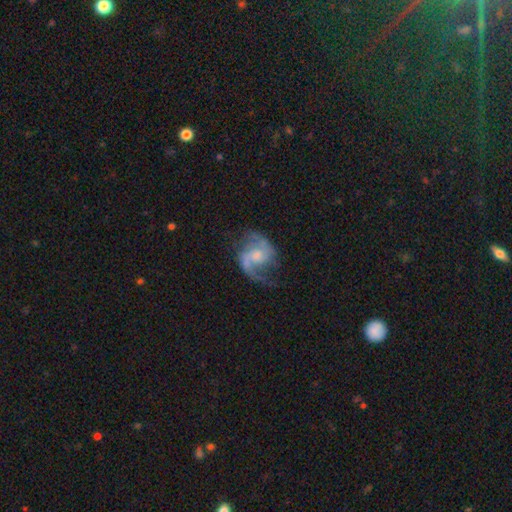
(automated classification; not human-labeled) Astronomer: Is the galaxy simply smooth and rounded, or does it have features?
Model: featured or disk — 87%.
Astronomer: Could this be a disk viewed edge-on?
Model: no — 98%.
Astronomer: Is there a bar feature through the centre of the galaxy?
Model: no — 51% (runner-up: weak, 41%).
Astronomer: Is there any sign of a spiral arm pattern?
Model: yes — 97%.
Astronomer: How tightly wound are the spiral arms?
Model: medium — 49% (runner-up: loose, 39%).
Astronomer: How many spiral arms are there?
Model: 2 — 88%.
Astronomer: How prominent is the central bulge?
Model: small — 42% (runner-up: moderate, 38%).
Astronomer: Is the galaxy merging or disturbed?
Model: none — 65%.